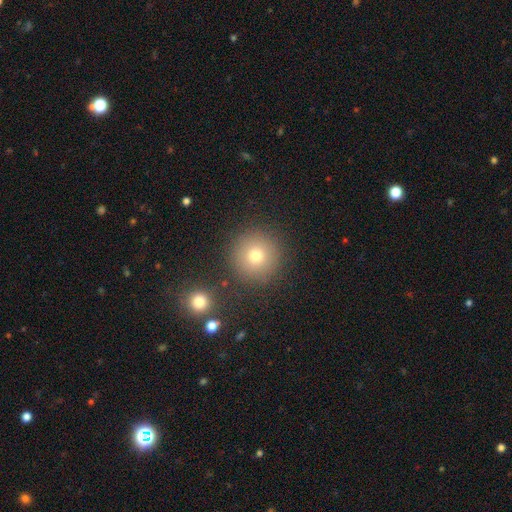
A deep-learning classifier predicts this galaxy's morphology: This is likely a smooth galaxy (74%). How rounded: clearly round (96%). Merging: clearly none (87%).